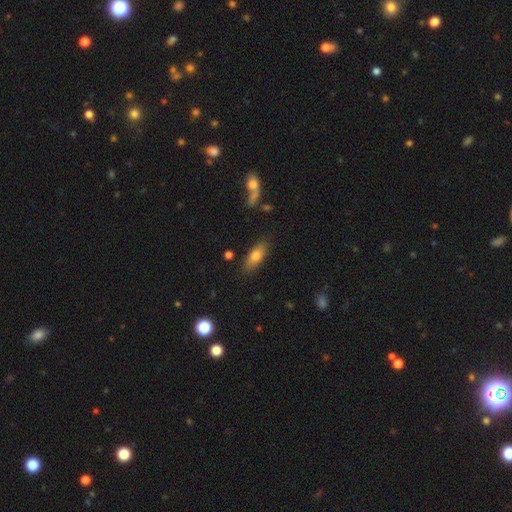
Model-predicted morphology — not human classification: This is likely a smooth galaxy (72%). How rounded: likely in between (69%). Merging: clearly none (83%).